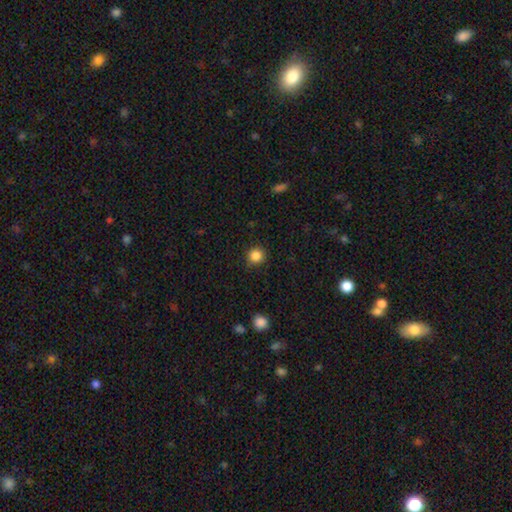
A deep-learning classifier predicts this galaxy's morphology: smooth-or-featured: smooth: 85% | star or artifact: 11% | featured or disk: 3%
  how-rounded: round: 93% | in between: 6% | cigar-shaped: 1%
  merging: none: 87% | minor disturbance: 10% | major disturbance: 2% | merger: 1%